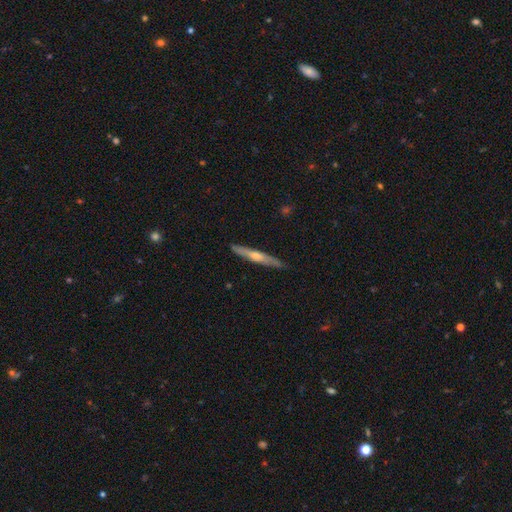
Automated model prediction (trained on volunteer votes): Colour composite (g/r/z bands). It shows a featured or disk galaxy (60%) viewed edge-on (94%) with a rounded central bulge (76%). Merging: none (89%).